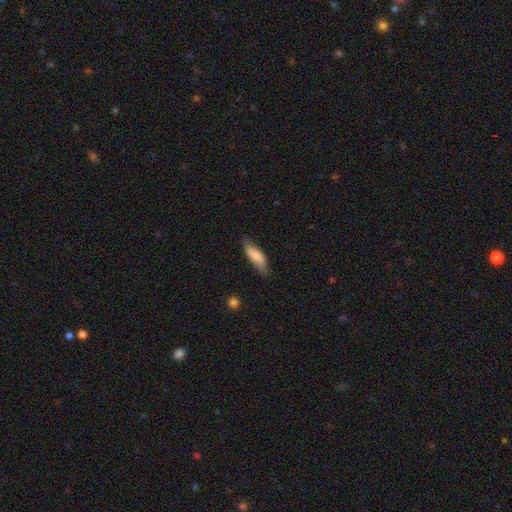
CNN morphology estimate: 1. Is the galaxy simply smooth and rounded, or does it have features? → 80% smooth, 15% featured or disk, 6% star or artifact.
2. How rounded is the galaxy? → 51% in between, 47% cigar-shaped, 2% round.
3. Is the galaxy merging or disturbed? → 72% none, 23% minor disturbance, 4% major disturbance, 2% merger.